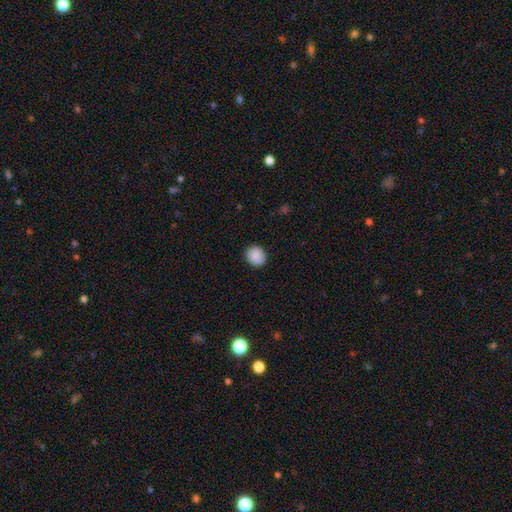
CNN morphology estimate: Q: Smooth or featured?
A: smooth (89%); runner-up: star or artifact (8%)
Q: How rounded?
A: round (82%); runner-up: in between (17%)
Q: Merging?
A: none (90%); runner-up: minor disturbance (7%)